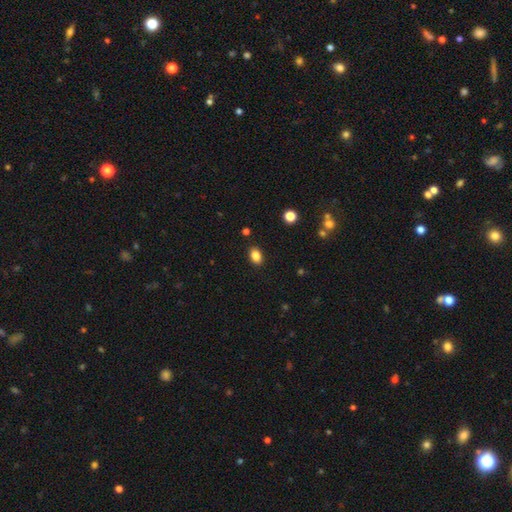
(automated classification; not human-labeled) Smooth or featured? Predicted: smooth (p=0.85). How rounded? Predicted: in between (p=0.79). Merging? Predicted: none (p=0.89).